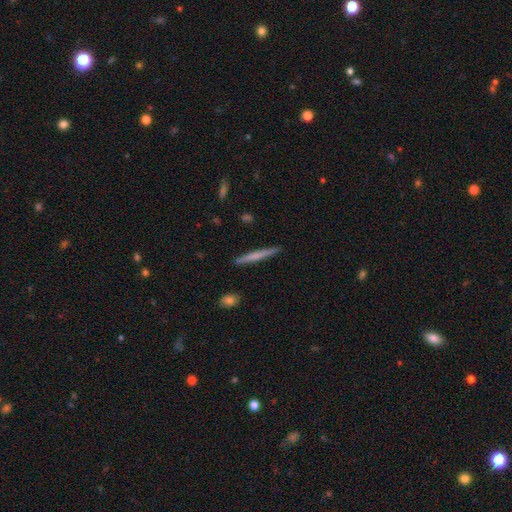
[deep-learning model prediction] Smooth or featured?
  - smooth: 55% *
  - featured or disk: 40%
  - star or artifact: 6%
How rounded?
  - cigar-shaped: 96% *
  - in between: 2%
  - round: 1%
Merging?
  - none: 91% *
  - minor disturbance: 6%
  - major disturbance: 1%
  - merger: 1%